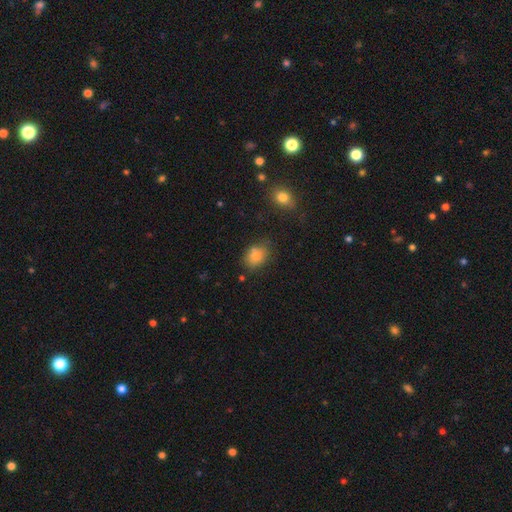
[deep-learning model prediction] smooth-or-featured: smooth: 78% | star or artifact: 11% | featured or disk: 11%
  how-rounded: in between: 56% | round: 42% | cigar-shaped: 1%
  merging: none: 72% | minor disturbance: 17% | merger: 7% | major disturbance: 4%